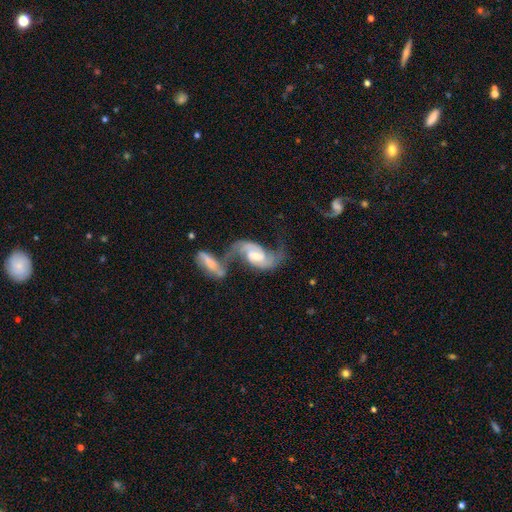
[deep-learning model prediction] Smooth or featured?
  - featured or disk: 86% *
  - smooth: 9%
  - star or artifact: 5%
Edge-on disk?
  - no: 96% *
  - yes: 4%
Bar?
  - weak: 48% *
  - no: 35%
  - strong: 17%
Spiral arms?
  - yes: 95% *
  - no: 5%
Spiral winding?
  - loose: 50% *
  - medium: 38%
  - tight: 12%
Spiral arm count?
  - 2: 88% *
  - can't tell: 5%
  - 1: 3%
  - 3: 1%
  - 4: 1%
  - more than 4: 1%
Bulge size?
  - moderate: 54% *
  - small: 36%
  - large: 6%
  - none: 3%
  - dominant: 1%
Merging?
  - merger: 56% *
  - none: 20%
  - major disturbance: 14%
  - minor disturbance: 10%